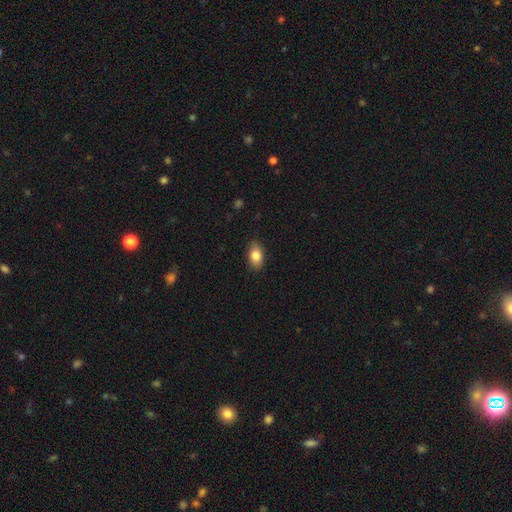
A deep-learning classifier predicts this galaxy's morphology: type=smooth (83%); roundness=in between (90%); merging=none (85%).